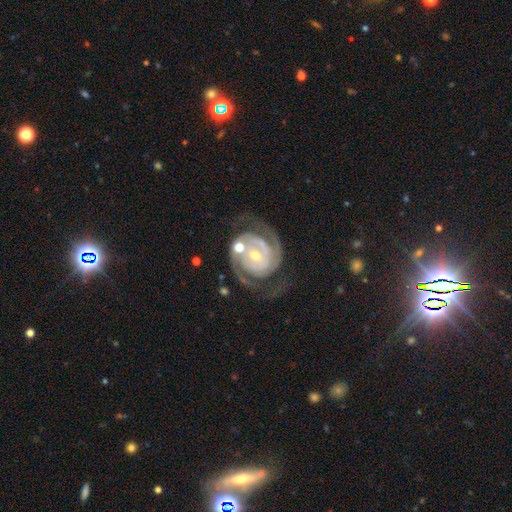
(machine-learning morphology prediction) smooth-or-featured: featured or disk: 91% | star or artifact: 5% | smooth: 4%
  disk-edge-on: no: 98% | yes: 2%
    bar: no: 56% | weak: 30% | strong: 14%
    has-spiral-arms: yes: 98% | no: 2%
      spiral-winding: tight: 62% | medium: 32% | loose: 6%
      spiral-arm-count: 2: 85% | 3: 5% | can't tell: 4% | 1: 2% | 4: 2% | more than 4: 2%
    bulge-size: small: 55% | moderate: 40% | large: 2% | none: 1% | dominant: 1%
  merging: none: 66% | minor disturbance: 15% | major disturbance: 10% | merger: 9%